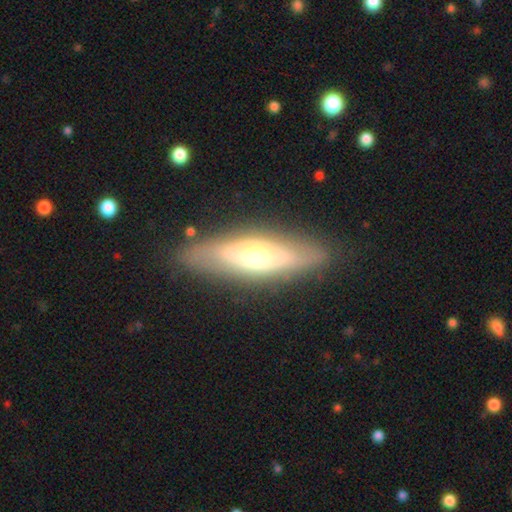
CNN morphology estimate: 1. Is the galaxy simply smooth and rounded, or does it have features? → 52% featured or disk, 41% smooth, 6% star or artifact.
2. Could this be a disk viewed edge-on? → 52% yes, 48% no.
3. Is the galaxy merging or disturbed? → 84% none, 11% minor disturbance, 3% major disturbance, 2% merger.